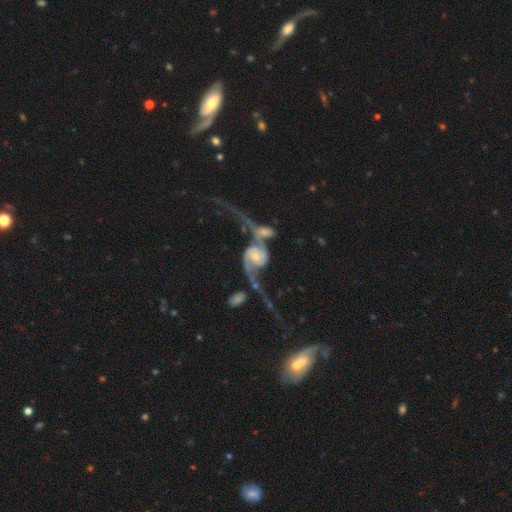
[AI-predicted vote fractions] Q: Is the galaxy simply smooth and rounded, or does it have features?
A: featured or disk — 87%.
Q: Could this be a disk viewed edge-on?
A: no — 96%.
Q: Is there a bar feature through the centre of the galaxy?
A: no — 57%.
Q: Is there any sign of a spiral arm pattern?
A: yes — 95%.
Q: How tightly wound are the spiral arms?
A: loose — 63%.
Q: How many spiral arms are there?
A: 2 — 87%.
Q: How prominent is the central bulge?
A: small — 46%.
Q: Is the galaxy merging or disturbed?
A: merger — 51%.